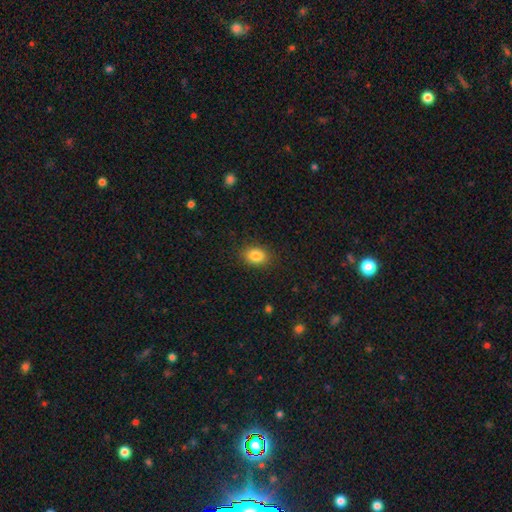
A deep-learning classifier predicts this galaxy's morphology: Smooth or featured: smooth — 85% (star or artifact — 9%)
How rounded: in between — 67% (round — 32%)
Merging: none — 88% (minor disturbance — 9%)